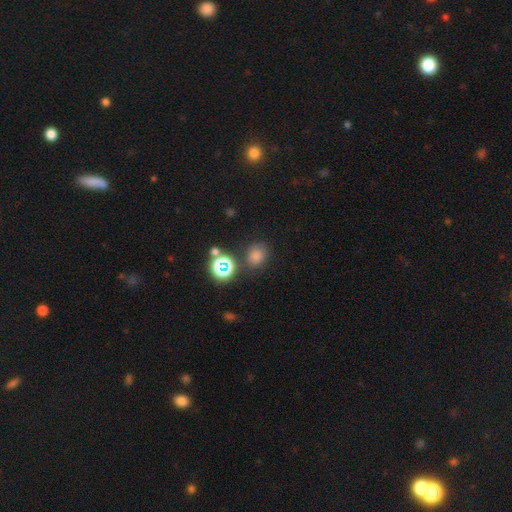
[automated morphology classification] Overall: smooth (67%; star or artifact 27%). How rounded: round (82%). Merging: none (81%).